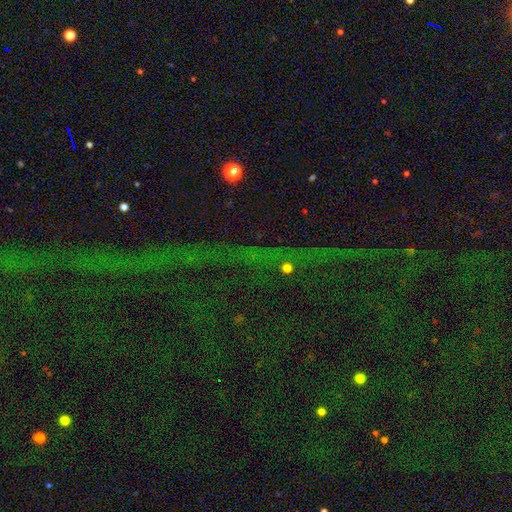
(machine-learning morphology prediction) Smooth or featured? Predicted: star or artifact (p=0.85).